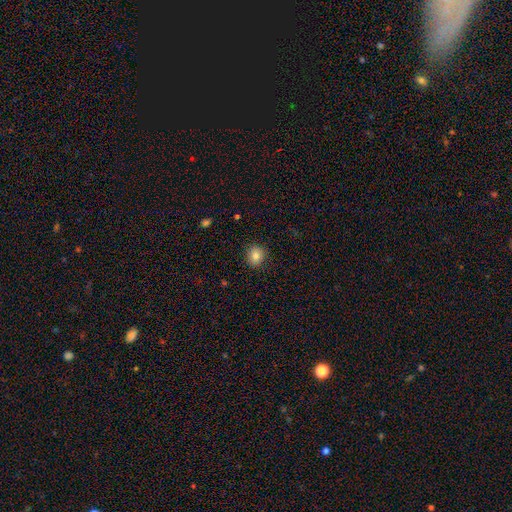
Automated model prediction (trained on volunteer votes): smooth_or_featured: smooth (p=0.81) [alt: star or artifact p=0.10]
how_rounded: round (p=0.78) [alt: in between p=0.21]
merging: none (p=0.89) [alt: minor disturbance p=0.08]